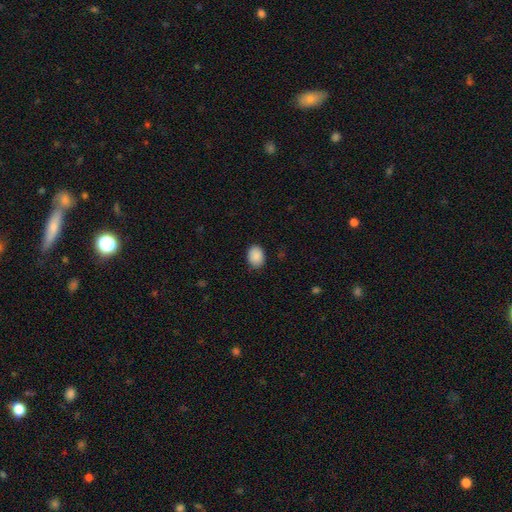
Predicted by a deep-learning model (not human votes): Smooth or featured? Predicted: smooth (p=0.89). How rounded? Predicted: in between (p=0.65). Merging? Predicted: none (p=0.86).